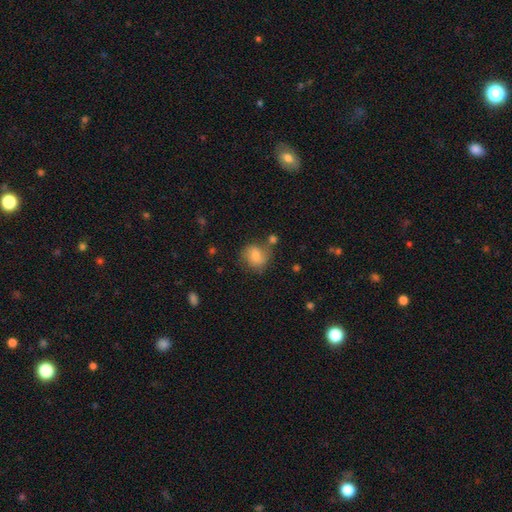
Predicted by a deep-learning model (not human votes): Overall: smooth (66%). How rounded: round (75%). Merging: none (63%).